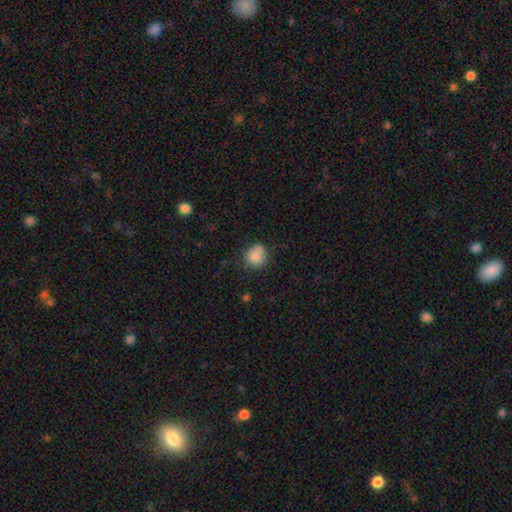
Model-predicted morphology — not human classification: smooth-or-featured: smooth: 82% | star or artifact: 9% | featured or disk: 9%
  how-rounded: round: 80% | in between: 19% | cigar-shaped: 1%
  merging: none: 61% | minor disturbance: 25% | merger: 7% | major disturbance: 6%